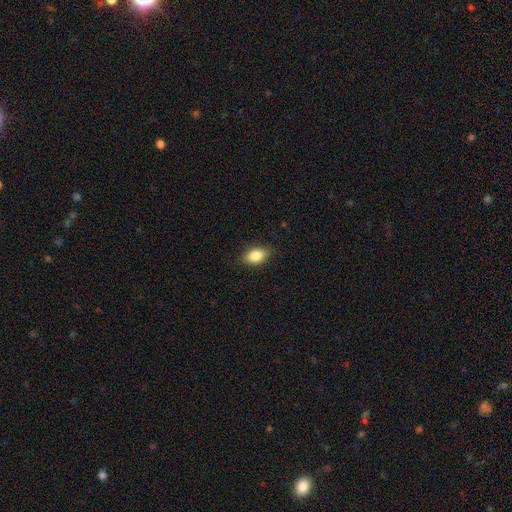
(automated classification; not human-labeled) The model was most divided on "merging": none: 86%, minor disturbance: 11%, major disturbance: 2%, merger: 1%. More confident: how rounded — in between (86%); smooth or featured — smooth (84%).